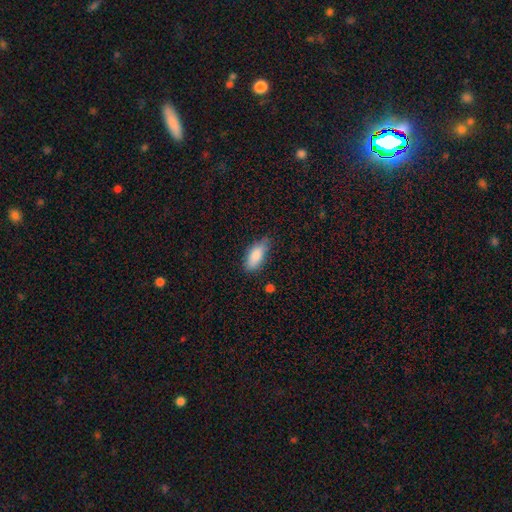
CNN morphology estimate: A smooth galaxy with no disk features (85%) that is in between round and cigar-shaped (80%). Merging: none (73%).